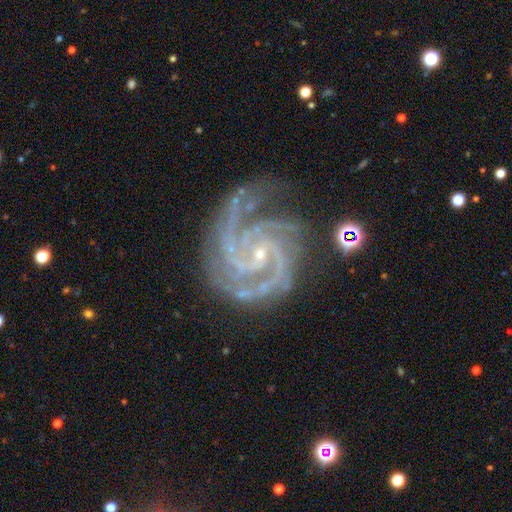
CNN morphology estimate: This is clearly a featured or disk galaxy (93%). It is clearly not viewed edge-on (98%). Bar: possibly no (56%). Spiral arm pattern: clearly yes (99%). Spiral arm count: marginally 3 (43%). Spiral winding: possibly tight (59%). Central bulge: clearly small (87%). Merging: likely none (67%).